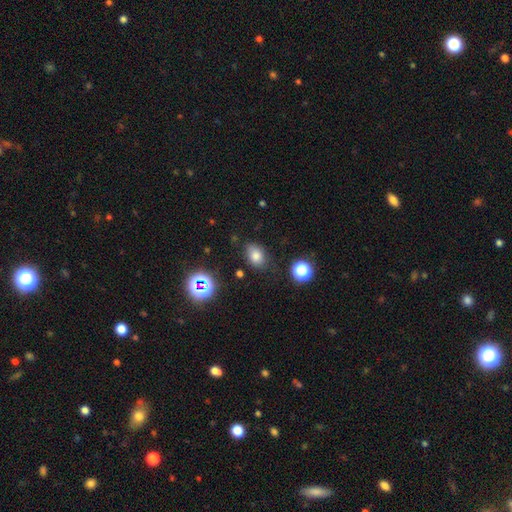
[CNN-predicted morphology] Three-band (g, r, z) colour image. It shows a smooth galaxy with no disk features (76%) that is in between round and cigar-shaped (73%). Merging: none (76%).